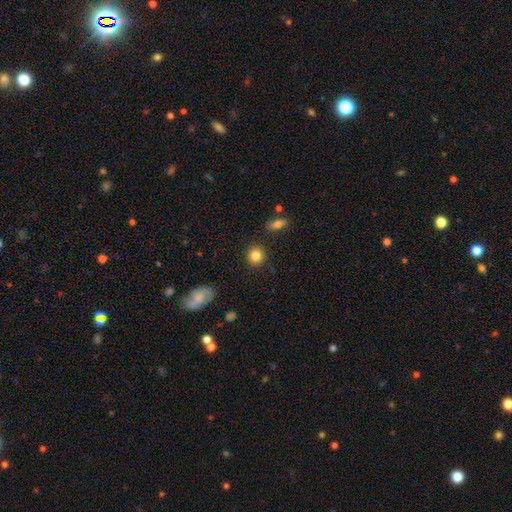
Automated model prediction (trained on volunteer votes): Morphology: type=smooth (84%); roundness=round (90%); merging=none (89%).